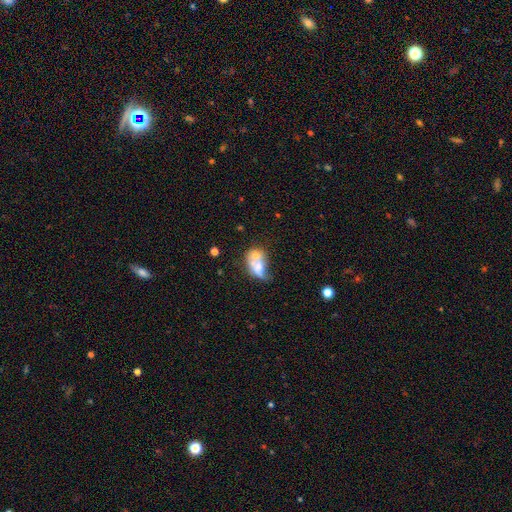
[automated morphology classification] smooth_or_featured: smooth (p=0.52) [alt: featured or disk p=0.39]
how_rounded: in between (p=0.76) [alt: round p=0.22]
merging: merger (p=0.57) [alt: none p=0.16]